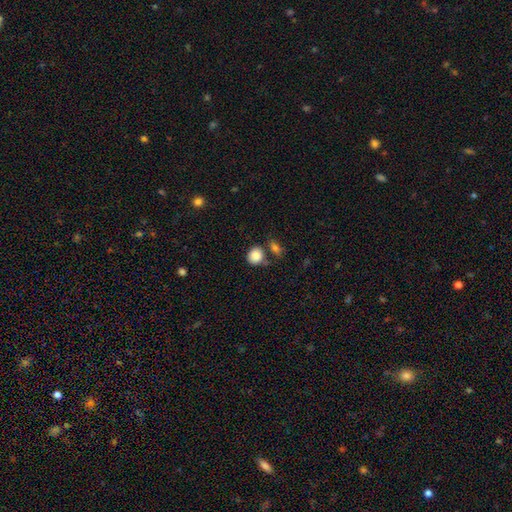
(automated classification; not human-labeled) Smooth or featured? Predicted: smooth (p=0.86). How rounded? Predicted: round (p=0.71). Merging? Predicted: none (p=0.62).